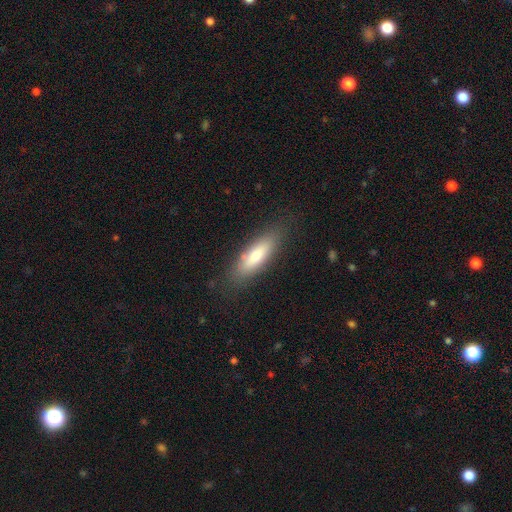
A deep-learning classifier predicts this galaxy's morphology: Smooth or featured? smooth (73%)
How rounded? cigar-shaped (52%)
Merging? none (82%)